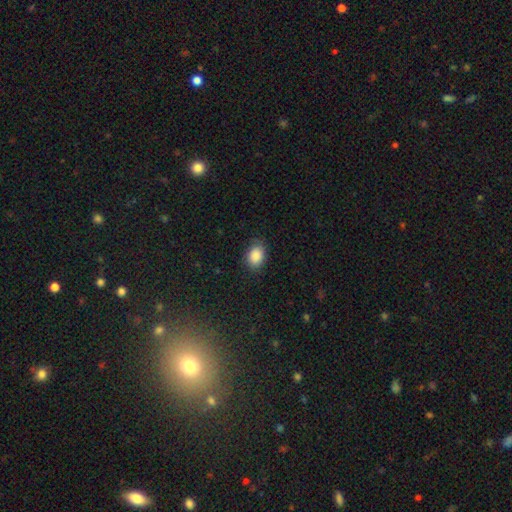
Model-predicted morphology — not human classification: type=smooth (88%); roundness=in between (70%); merging=none (81%).